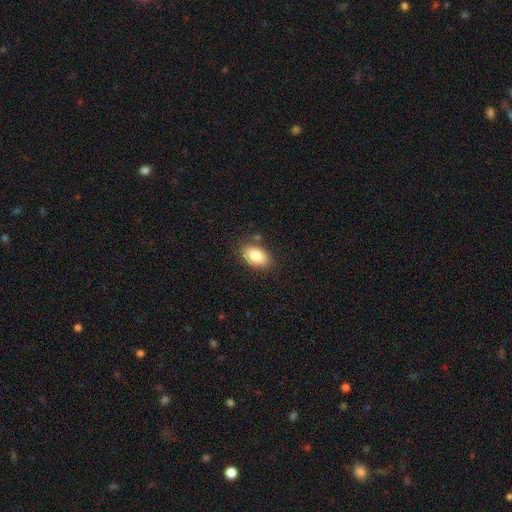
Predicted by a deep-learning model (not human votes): smooth 83%, featured or disk 10%, star or artifact 8%. Down the decision tree: how rounded — in between (91%); merging — none (83%).